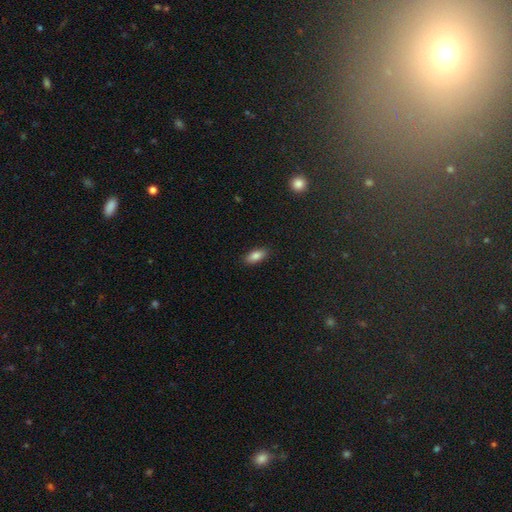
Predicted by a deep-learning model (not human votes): Smooth or featured? Predicted: smooth (p=0.84). How rounded? Predicted: in between (p=0.86). Merging? Predicted: none (p=0.88).